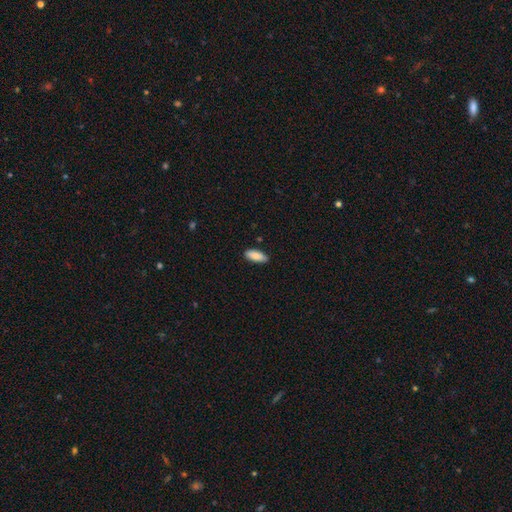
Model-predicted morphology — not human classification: type=smooth (86%); roundness=in between (80%); merging=none (85%).